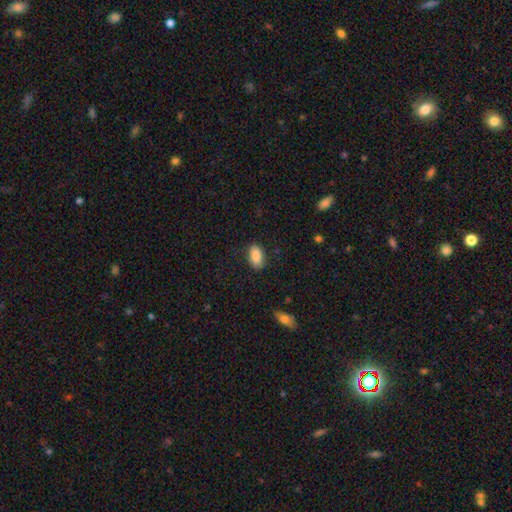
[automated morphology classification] Smooth or featured: smooth — 87% (star or artifact — 7%)
How rounded: in between — 92% (round — 5%)
Merging: none — 84% (minor disturbance — 12%)